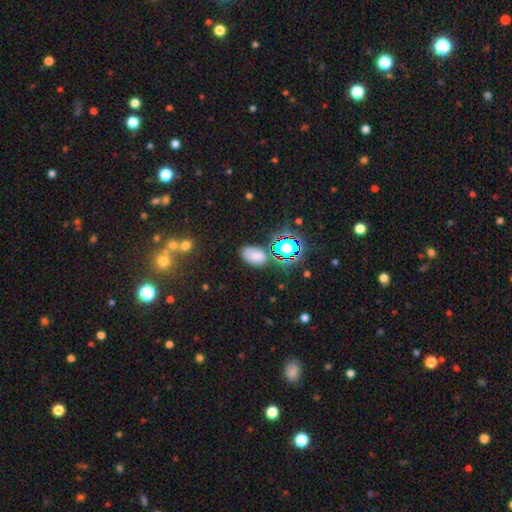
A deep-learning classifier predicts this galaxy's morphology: A smooth galaxy with no disk features (64%) that is in between round and cigar-shaped (89%).

Vote fractions:
- Smooth or featured? smooth: 64% / star or artifact: 25% / featured or disk: 11%
- How rounded? in between: 89% / round: 9% / cigar-shaped: 2%
- Merging? none: 69% / minor disturbance: 18% / merger: 7% / major disturbance: 6%